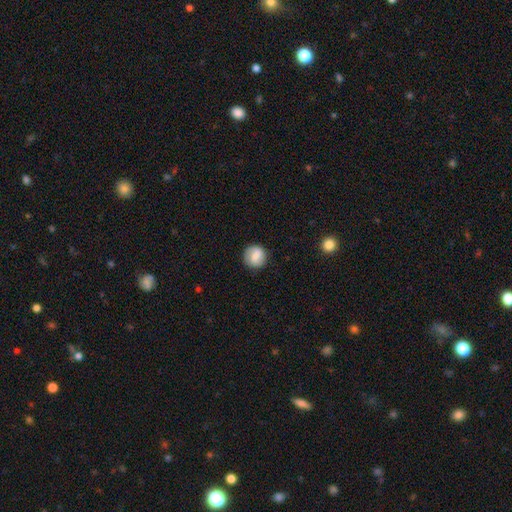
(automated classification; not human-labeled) smooth_or_featured: smooth (p=0.65) [alt: featured or disk p=0.27]
how_rounded: round (p=0.89) [alt: in between p=0.10]
merging: none (p=0.85) [alt: minor disturbance p=0.11]